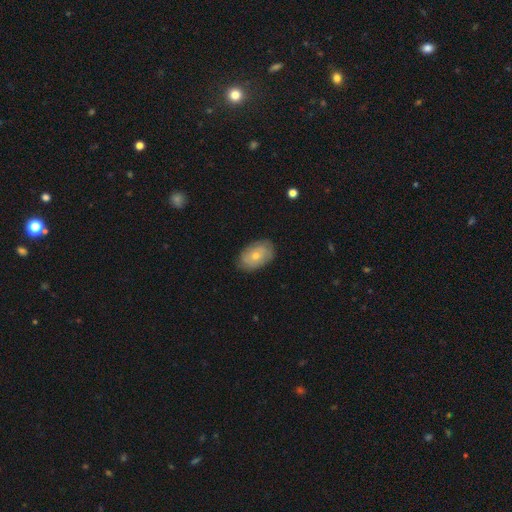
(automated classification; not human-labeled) This appears to be a smooth galaxy with no disk features (60%) that is in between round and cigar-shaped (86%). Merging: none (82%).